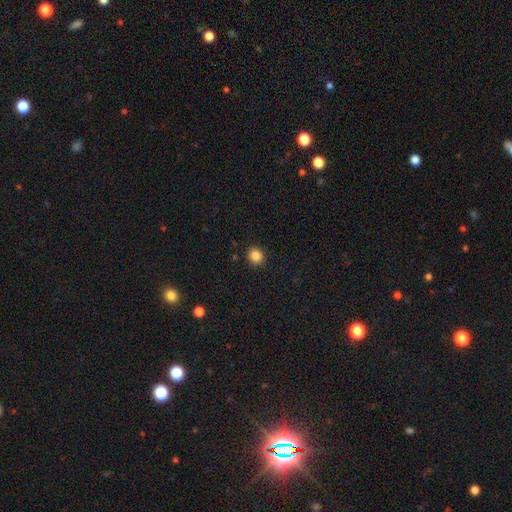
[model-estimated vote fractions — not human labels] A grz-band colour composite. It shows a smooth galaxy with no disk features (86%) that is round (77%). Merging: none (90%).